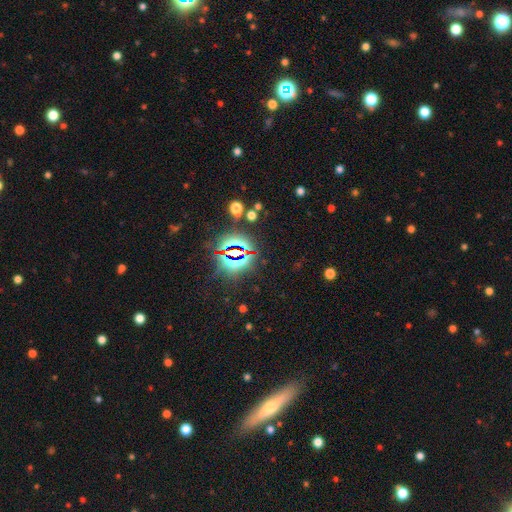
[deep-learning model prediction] This is likely a star or artifact rather than a galaxy (77%).